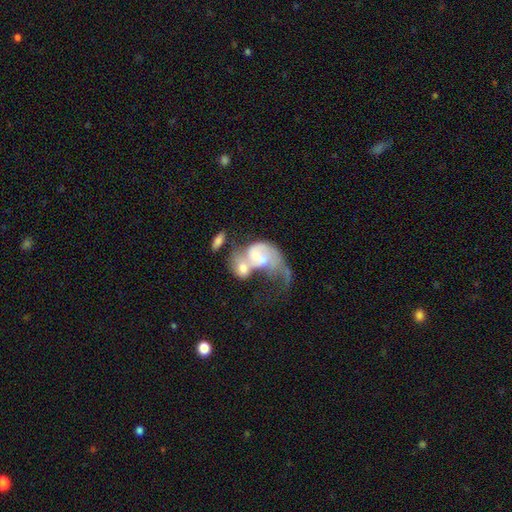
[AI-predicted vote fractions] Smooth or featured? Predicted: featured or disk (p=0.67). Edge-on disk? Predicted: no (p=0.97). Bar? Predicted: no (p=0.73). Spiral arms? Predicted: yes (p=0.67). Bulge size? Predicted: moderate (p=0.44). Merging? Predicted: merger (p=0.70).